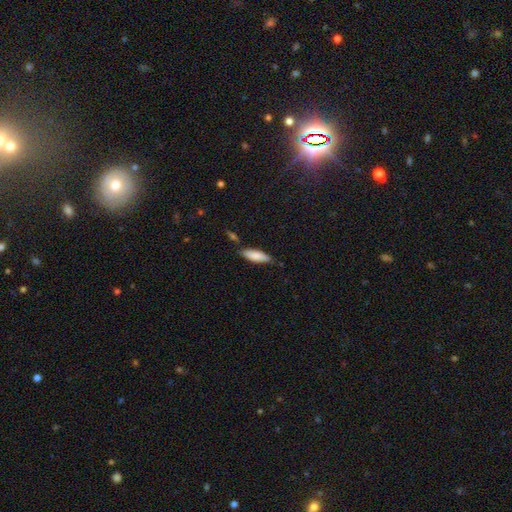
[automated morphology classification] A smooth galaxy with no disk features (82%) that is cigar-shaped (51%).

Vote fractions:
- Smooth or featured? smooth: 82% / featured or disk: 12% / star or artifact: 6%
- How rounded? cigar-shaped: 51% / in between: 48% / round: 2%
- Merging? none: 77% / minor disturbance: 15% / merger: 5% / major disturbance: 3%